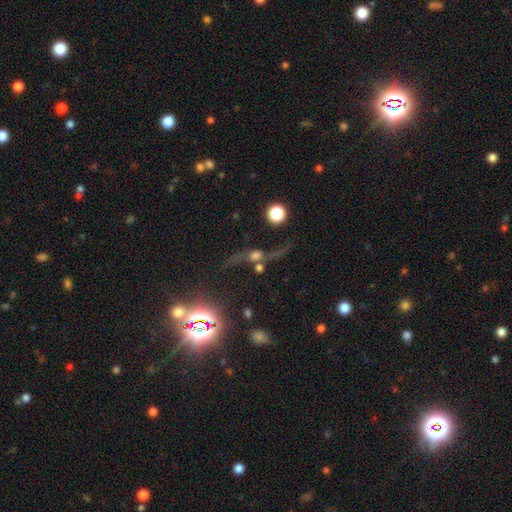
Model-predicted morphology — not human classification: A featured or disk galaxy (57%). Merging: none (45%).